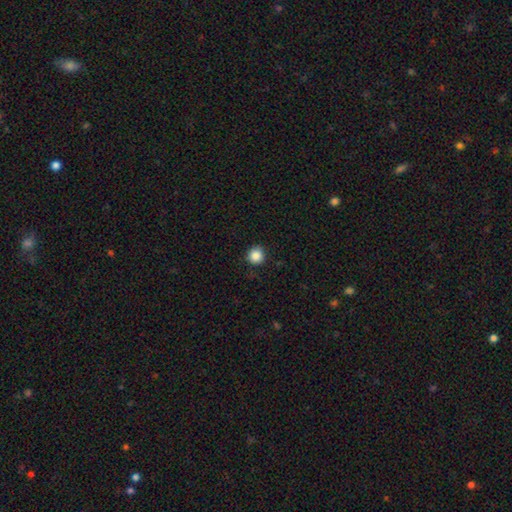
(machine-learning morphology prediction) smooth 87%, star or artifact 10%, featured or disk 3%. Down the decision tree: how rounded — round (94%); merging — none (88%).